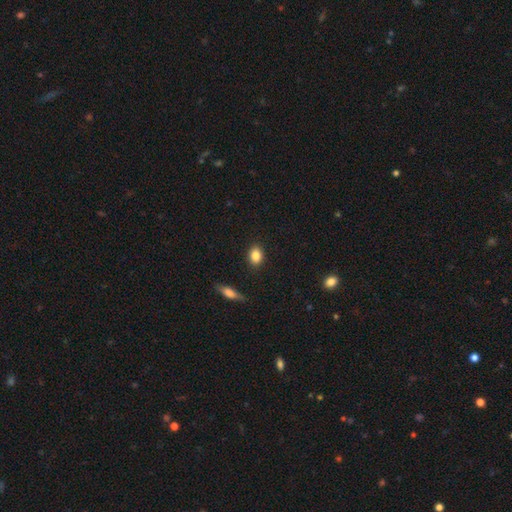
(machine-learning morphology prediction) smooth-or-featured: smooth: 85% | star or artifact: 9% | featured or disk: 7%
  how-rounded: in between: 63% | round: 35% | cigar-shaped: 2%
  merging: none: 89% | minor disturbance: 8% | major disturbance: 2% | merger: 2%